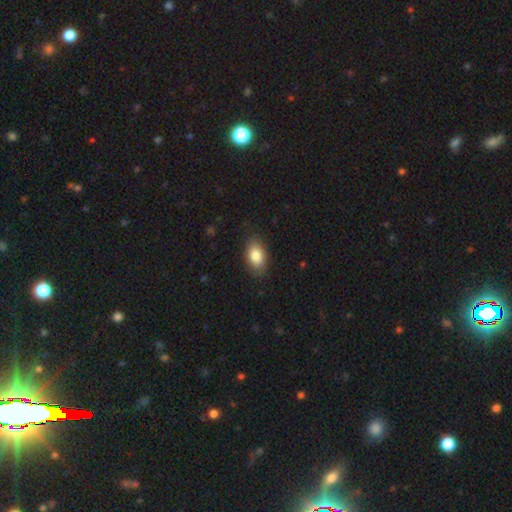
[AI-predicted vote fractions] A smooth galaxy with no disk features (85%) that is in between round and cigar-shaped (90%).

Vote fractions:
- Smooth or featured? smooth: 85% / featured or disk: 8% / star or artifact: 7%
- How rounded? in between: 90% / round: 8% / cigar-shaped: 2%
- Merging? none: 85% / minor disturbance: 11% / major disturbance: 3% / merger: 1%